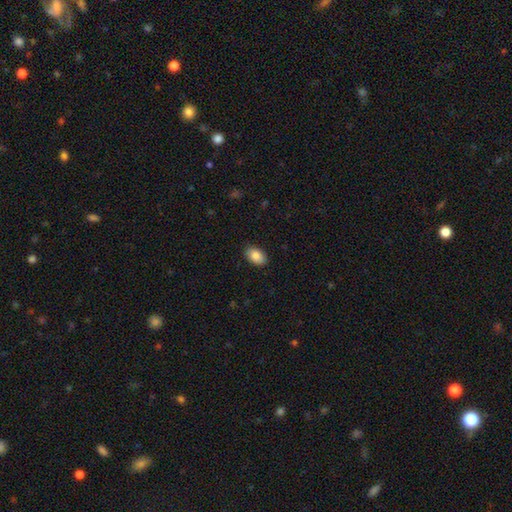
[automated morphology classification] type=smooth (87%); roundness=in between (89%); merging=none (88%).